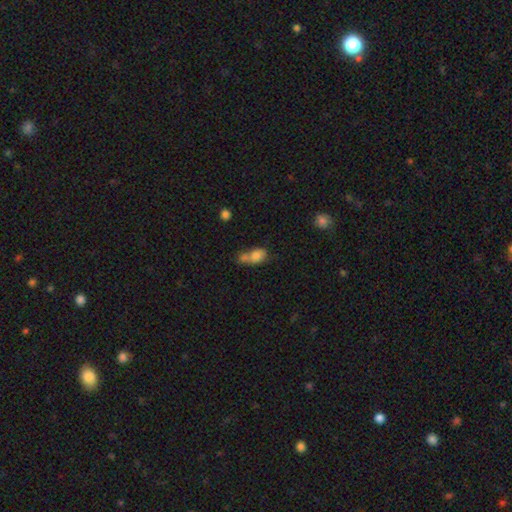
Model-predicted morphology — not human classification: type=smooth (76%); roundness=in between (70%); merging=merger (54%).